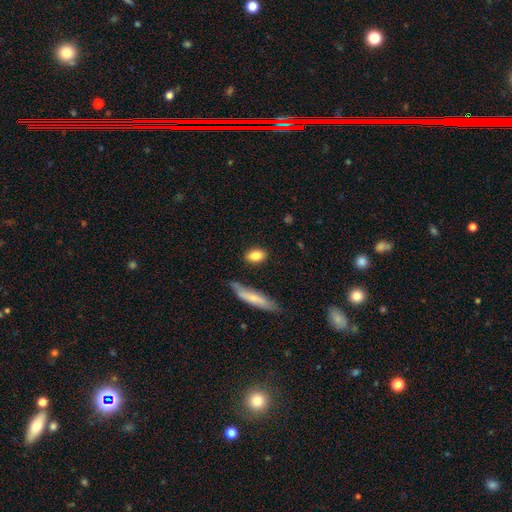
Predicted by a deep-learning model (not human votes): Smooth or featured? Predicted: smooth (p=0.82). How rounded? Predicted: in between (p=0.79). Merging? Predicted: none (p=0.80).